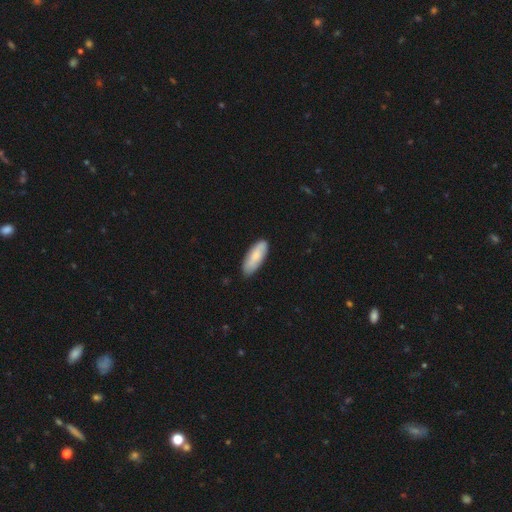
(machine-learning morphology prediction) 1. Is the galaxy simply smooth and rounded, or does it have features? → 76% smooth, 19% featured or disk, 5% star or artifact.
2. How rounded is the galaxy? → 69% in between, 29% cigar-shaped, 2% round.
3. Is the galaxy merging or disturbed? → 83% none, 14% minor disturbance, 2% major disturbance, 1% merger.